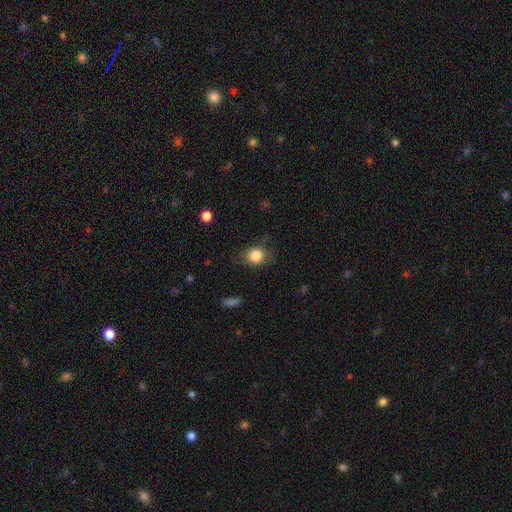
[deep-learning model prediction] Smooth or featured? Predicted: smooth (p=0.83). How rounded? Predicted: round (p=0.60). Merging? Predicted: none (p=0.75).